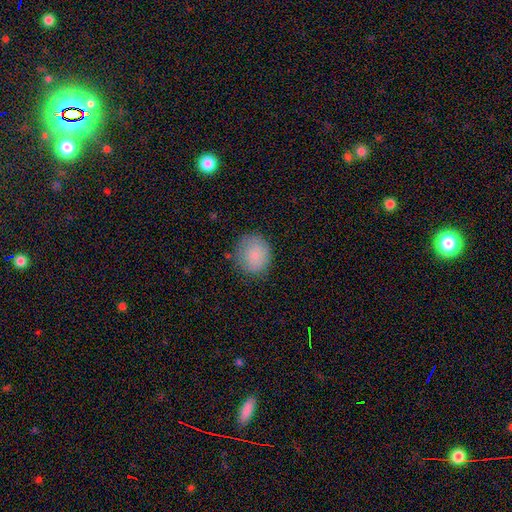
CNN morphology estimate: The model was most divided on "how rounded": round: 77%, in between: 22%, cigar-shaped: 1%. More confident: smooth or featured — smooth (83%); merging — none (76%).